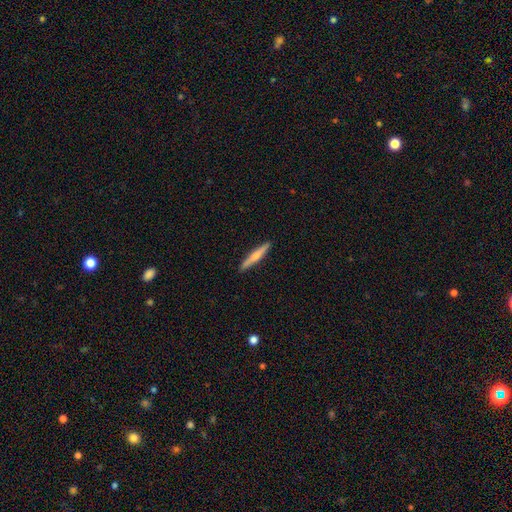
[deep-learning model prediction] A smooth galaxy with no disk features (55%) that is cigar-shaped (93%). Merging: none (91%).